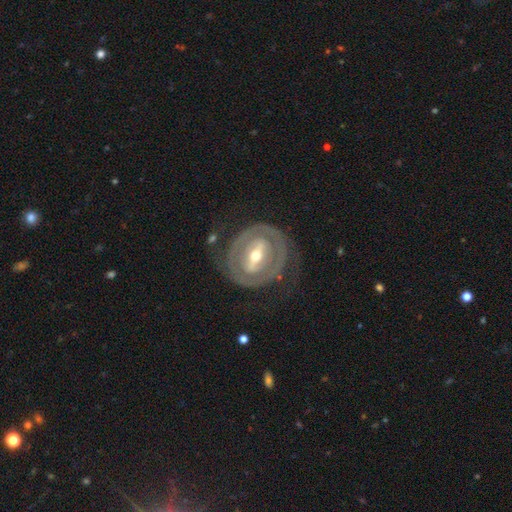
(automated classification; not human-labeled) smooth_or_featured: featured or disk (p=0.80) [alt: smooth p=0.15]
disk_edge_on: no (p=0.94) [alt: yes p=0.06]
bar: strong (p=0.56) [alt: weak p=0.29]
has_spiral_arms: no (p=0.51) [alt: yes p=0.49]
bulge_size: moderate (p=0.53) [alt: small p=0.43]
merging: none (p=0.71) [alt: minor disturbance p=0.15]